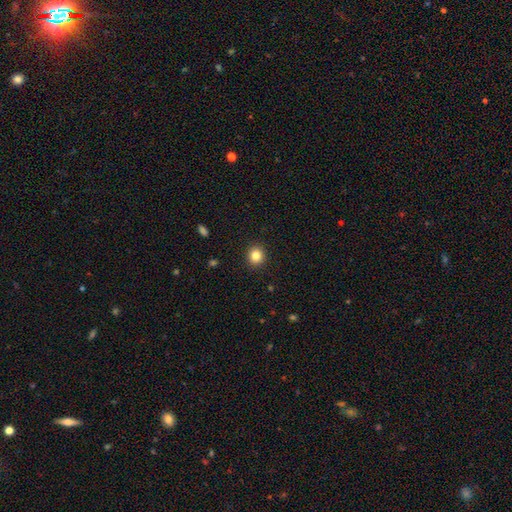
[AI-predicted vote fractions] Smooth or featured: smooth — 83% (star or artifact — 11%)
How rounded: round — 85% (in between — 14%)
Merging: none — 92% (minor disturbance — 6%)